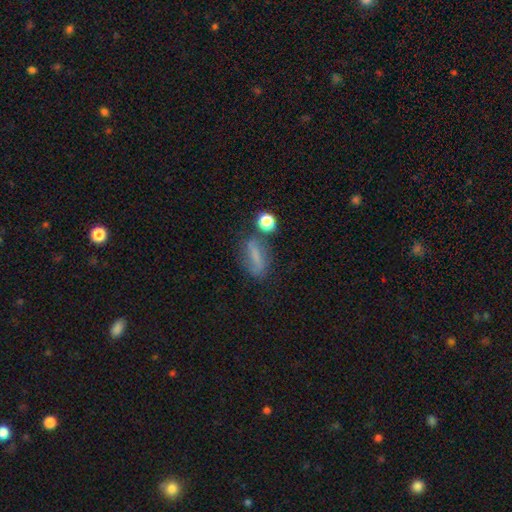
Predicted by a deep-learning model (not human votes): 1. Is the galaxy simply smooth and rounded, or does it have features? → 53% smooth, 31% featured or disk, 16% star or artifact.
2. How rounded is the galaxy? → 51% in between, 37% cigar-shaped, 12% round.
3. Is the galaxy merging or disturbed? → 56% none, 22% minor disturbance, 12% major disturbance, 11% merger.